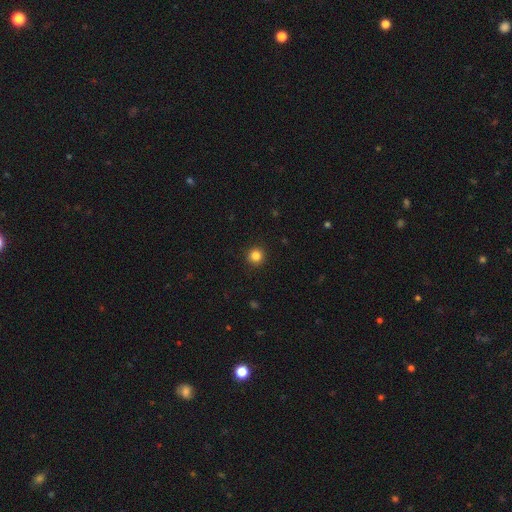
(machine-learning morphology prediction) Smooth or featured?
  - smooth: 84% *
  - star or artifact: 12%
  - featured or disk: 4%
How rounded?
  - round: 95% *
  - in between: 4%
  - cigar-shaped: 1%
Merging?
  - none: 93% *
  - minor disturbance: 5%
  - major disturbance: 2%
  - merger: 1%